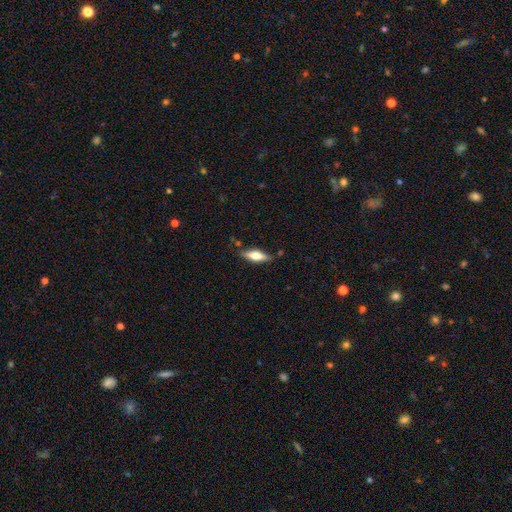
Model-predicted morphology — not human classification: This appears to be a smooth galaxy with no disk features (51%) that is in between round and cigar-shaped (50%). Merging: none (80%).